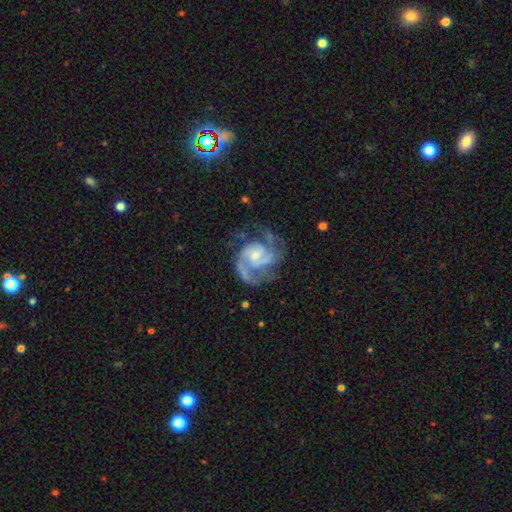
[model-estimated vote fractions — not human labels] Morphology: type=featured or disk (87%); edge-on=no (98%); bar=no (60%); spiral arms=yes (94%); winding=medium (48%); arm count=2 (40%); bulge=small (58%); merging=none (50%).